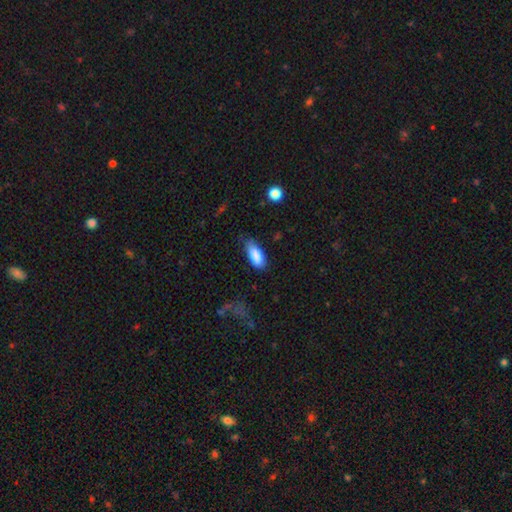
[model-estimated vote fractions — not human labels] Smooth or featured?
  - smooth: 86% *
  - featured or disk: 7%
  - star or artifact: 6%
How rounded?
  - in between: 83% *
  - cigar-shaped: 15%
  - round: 2%
Merging?
  - none: 60% *
  - minor disturbance: 31%
  - major disturbance: 7%
  - merger: 2%